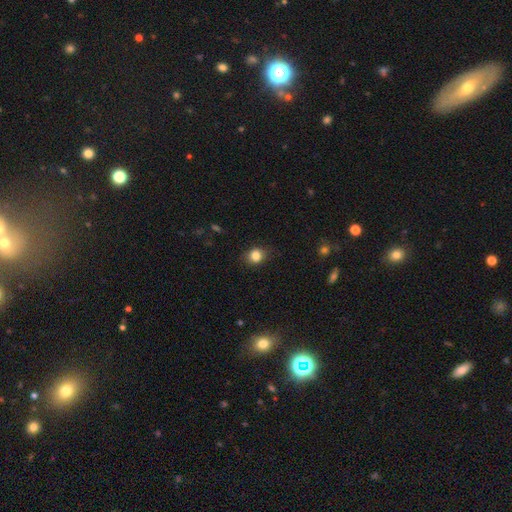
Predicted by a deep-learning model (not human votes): A smooth galaxy with no disk features (84%) that is round (67%).

Vote fractions:
- Smooth or featured? smooth: 84% / star or artifact: 11% / featured or disk: 6%
- How rounded? round: 67% / in between: 32% / cigar-shaped: 1%
- Merging? none: 82% / minor disturbance: 14% / major disturbance: 3% / merger: 1%